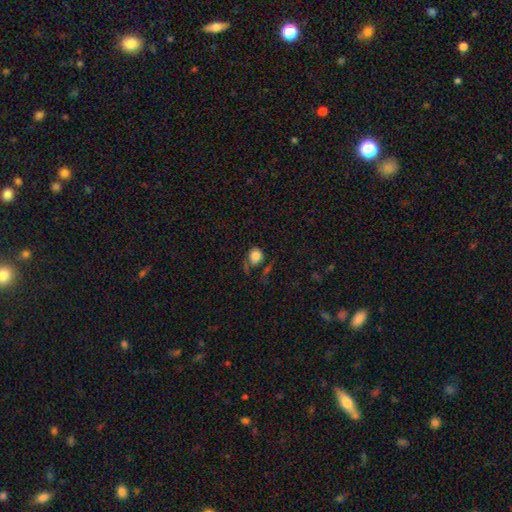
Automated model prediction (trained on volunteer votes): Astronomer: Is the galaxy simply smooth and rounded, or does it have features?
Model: smooth — 78%.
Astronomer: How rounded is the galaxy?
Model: round — 61% (runner-up: in between, 37%).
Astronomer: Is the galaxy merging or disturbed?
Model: none — 48% (runner-up: major disturbance, 23%).